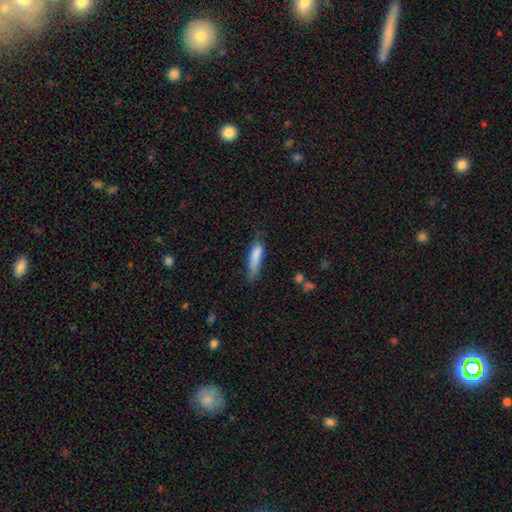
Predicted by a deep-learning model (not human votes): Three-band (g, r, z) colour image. It shows a smooth galaxy with no disk features (79%) that is cigar-shaped (74%). Merging: none (51%).